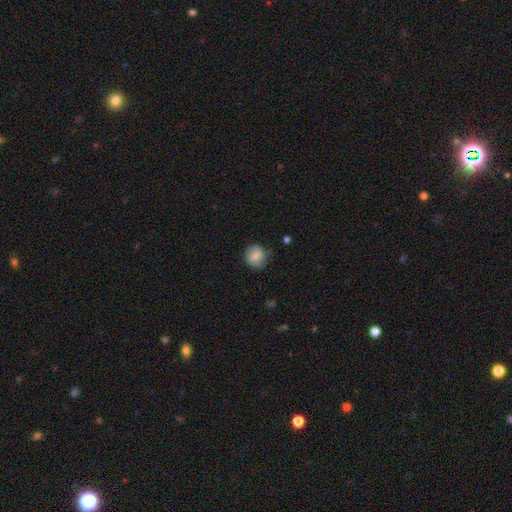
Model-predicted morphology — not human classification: A smooth galaxy with no disk features (80%) that is round (89%).

Vote fractions:
- Smooth or featured? smooth: 80% / featured or disk: 12% / star or artifact: 8%
- How rounded? round: 89% / in between: 10% / cigar-shaped: 1%
- Merging? none: 77% / minor disturbance: 17% / major disturbance: 4% / merger: 1%